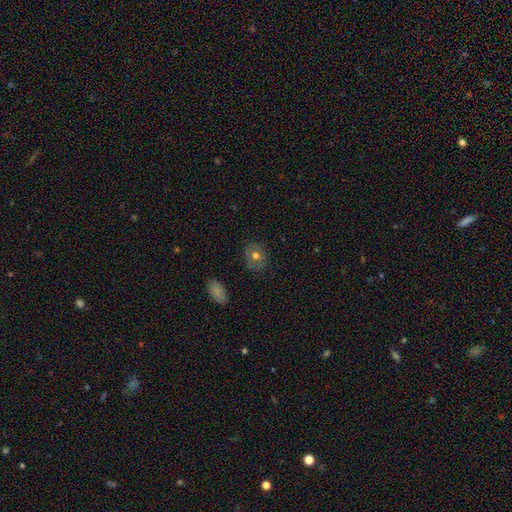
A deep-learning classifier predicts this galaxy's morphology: Smooth or featured? Predicted: smooth (p=0.68). How rounded? Predicted: round (p=0.67). Merging? Predicted: none (p=0.81).